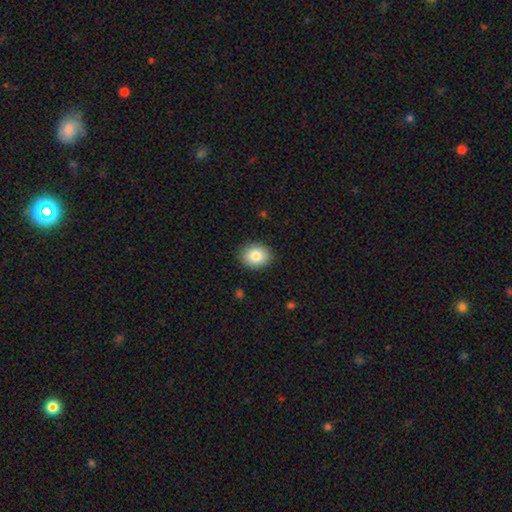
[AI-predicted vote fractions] A smooth galaxy with no disk features (84%) that is round (50%). Merging: none (89%).